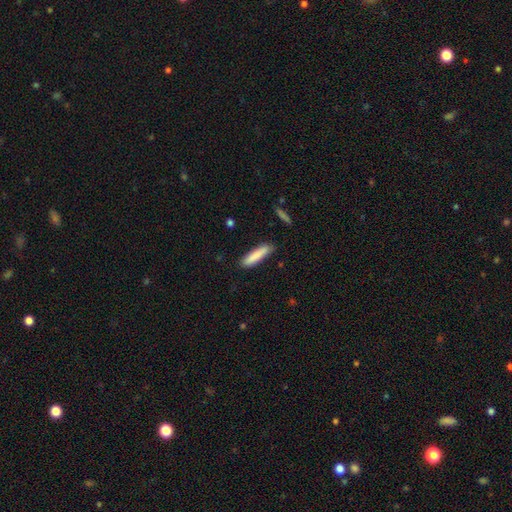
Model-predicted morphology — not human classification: This appears to be a smooth galaxy with no disk features (86%) that is cigar-shaped (79%). Merging: none (82%).